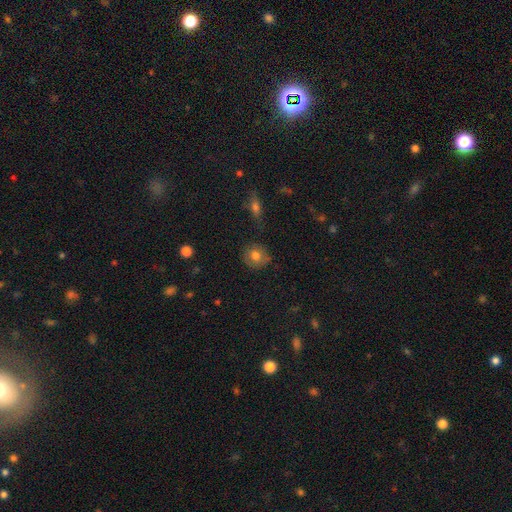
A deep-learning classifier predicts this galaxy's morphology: Smooth or featured? Predicted: smooth (p=0.76). How rounded? Predicted: round (p=0.85). Merging? Predicted: none (p=0.80).